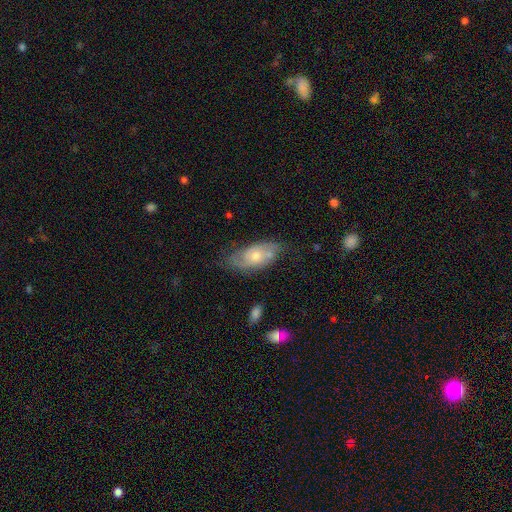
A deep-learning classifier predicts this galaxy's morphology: type=featured or disk (57%); edge-on=no (90%); bar=no (77%); spiral arms=yes (79%); bulge=moderate (53%); merging=none (62%).